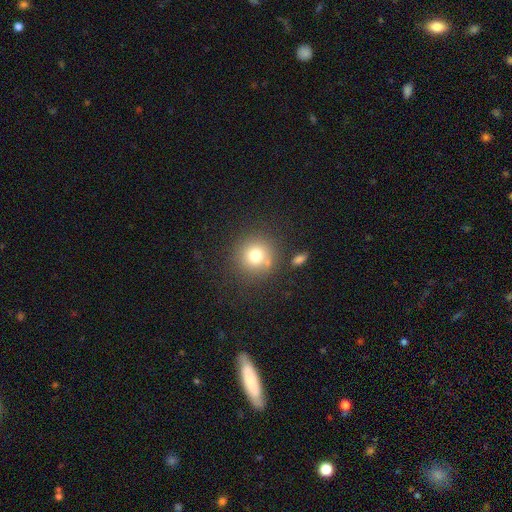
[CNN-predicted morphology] type=smooth (75%); roundness=round (93%); merging=none (78%).